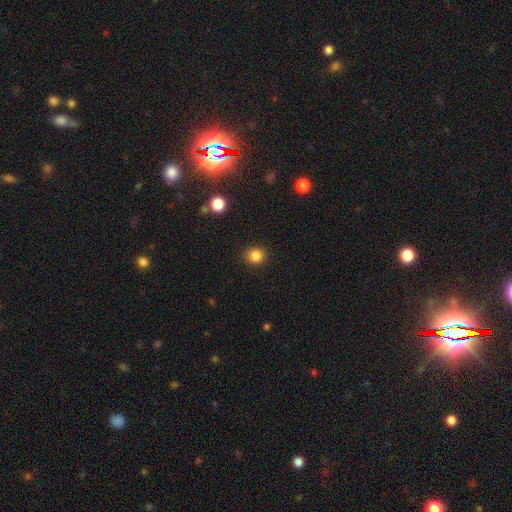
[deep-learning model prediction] A smooth galaxy with no disk features (85%) that is round (88%). Merging: none (90%).